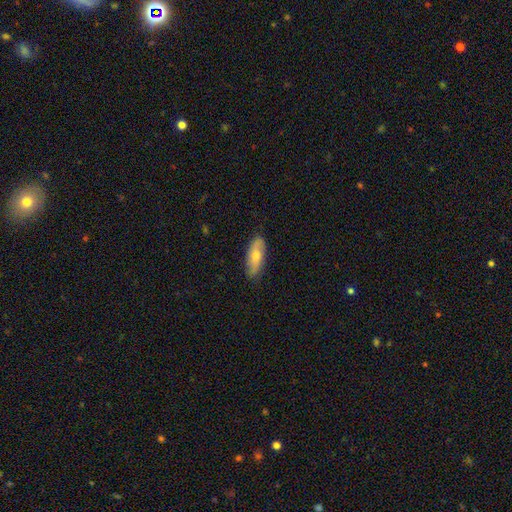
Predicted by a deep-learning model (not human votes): A smooth galaxy with no disk features (62%) that is in between round and cigar-shaped (70%).

Vote fractions:
- Smooth or featured? smooth: 62% / featured or disk: 32% / star or artifact: 6%
- How rounded? in between: 70% / cigar-shaped: 27% / round: 3%
- Merging? none: 85% / minor disturbance: 12% / major disturbance: 2% / merger: 1%